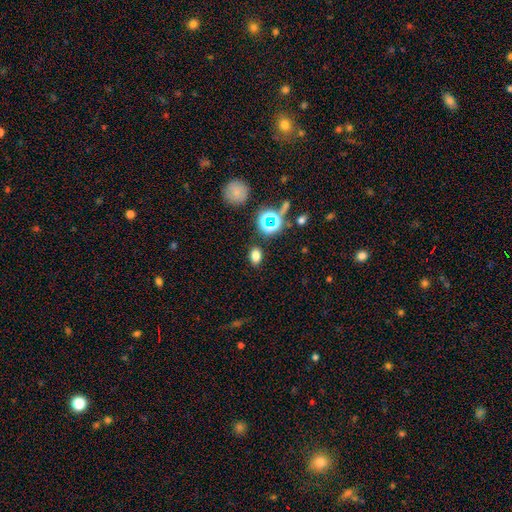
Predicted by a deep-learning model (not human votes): This is likely a smooth galaxy (73%). How rounded: likely in between (76%). Merging: clearly none (85%).